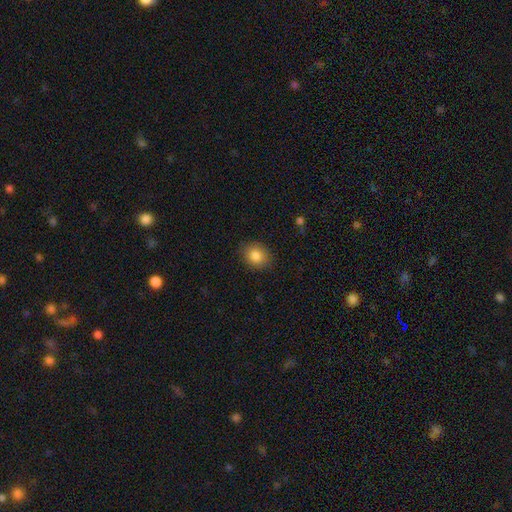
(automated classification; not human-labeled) smooth 85%, star or artifact 9%, featured or disk 6%. Down the decision tree: how rounded — round (54%); merging — none (86%).